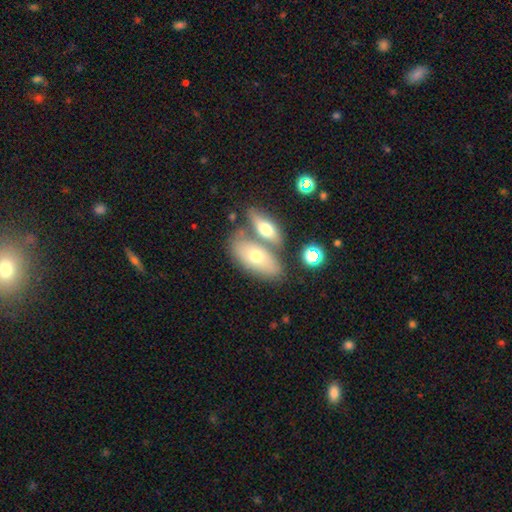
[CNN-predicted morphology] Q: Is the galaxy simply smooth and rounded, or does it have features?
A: smooth — 61%.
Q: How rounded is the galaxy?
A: in between — 83%.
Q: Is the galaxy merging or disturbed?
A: none — 48%.